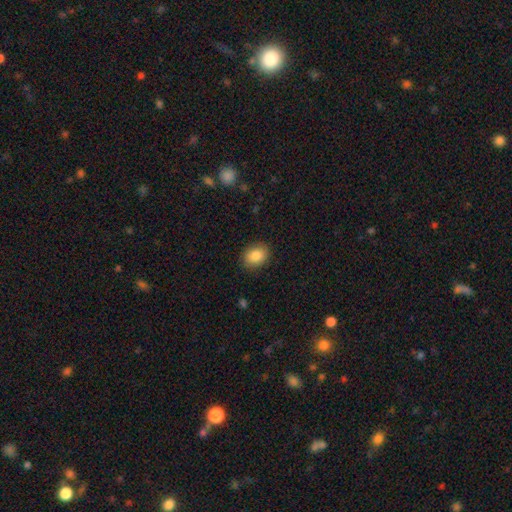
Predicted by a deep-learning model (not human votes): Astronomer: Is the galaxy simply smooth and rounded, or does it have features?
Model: smooth — 86%.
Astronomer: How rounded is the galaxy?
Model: in between — 65%.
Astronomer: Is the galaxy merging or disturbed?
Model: none — 87%.